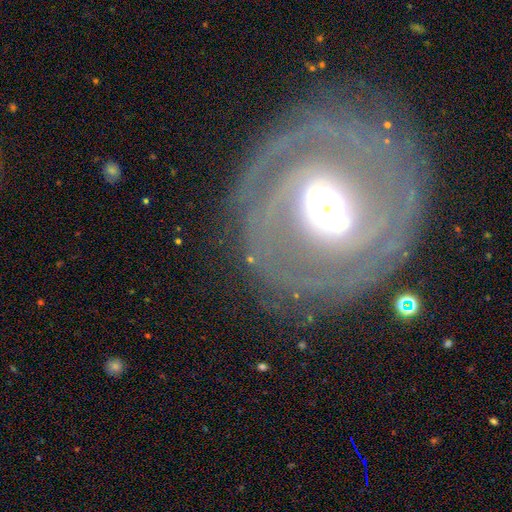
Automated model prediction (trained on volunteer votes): Smooth or featured: featured or disk — 77% (smooth — 14%)
Edge-on disk: no — 95% (yes — 5%)
Bar: no — 53% (weak — 24%)
Spiral arms: yes — 80% (no — 20%)
Spiral winding: tight — 59% (medium — 28%)
Spiral arm count: 2 — 41% (can't tell — 27%)
Bulge size: moderate — 57% (large — 19%)
Merging: none — 74% (minor disturbance — 13%)